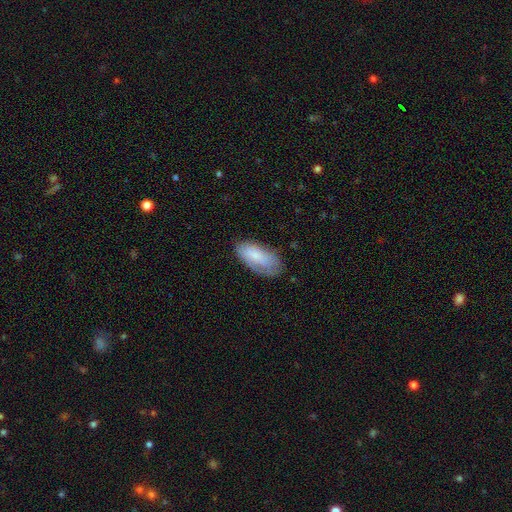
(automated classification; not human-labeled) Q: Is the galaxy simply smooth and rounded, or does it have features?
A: smooth — 74%.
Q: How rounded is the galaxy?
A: in between — 89%.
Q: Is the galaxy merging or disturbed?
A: none — 62%.